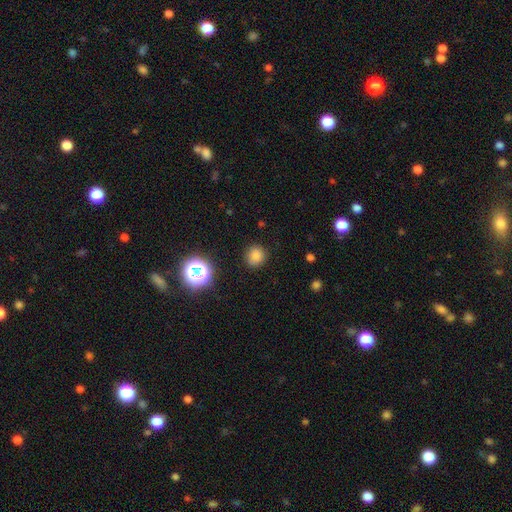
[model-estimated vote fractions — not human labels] A smooth galaxy with no disk features (79%) that is round (89%). Merging: none (87%).